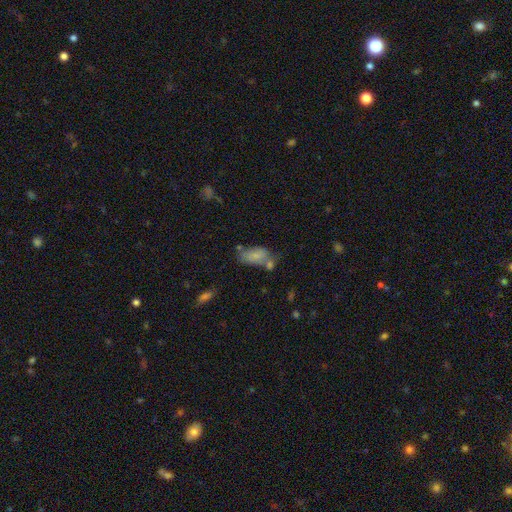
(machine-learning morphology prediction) Smooth or featured? Predicted: smooth (p=0.74). How rounded? Predicted: in between (p=0.90). Merging? Predicted: none (p=0.44).